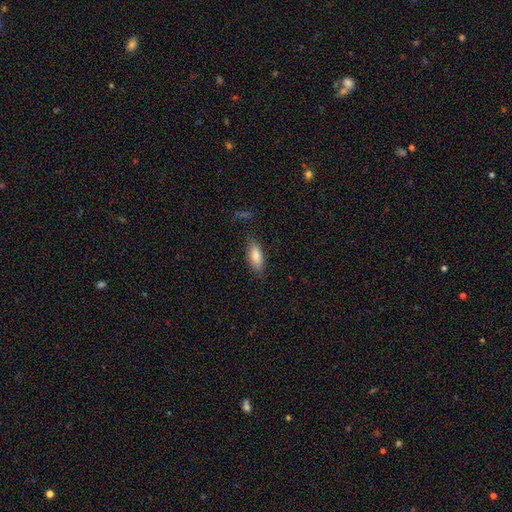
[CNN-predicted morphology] This is likely a smooth galaxy (79%). How rounded: likely in between (76%). Merging: clearly none (80%).